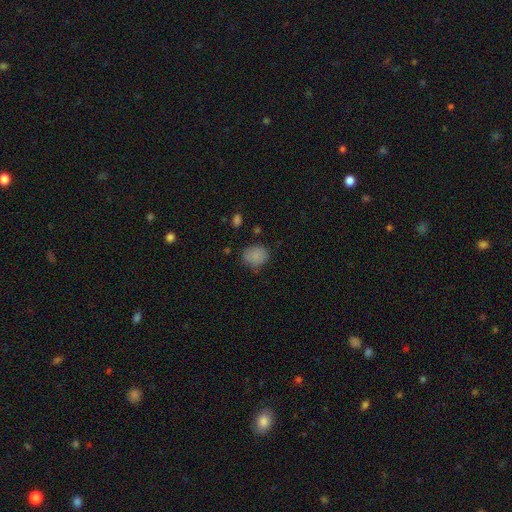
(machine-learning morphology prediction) This appears to be a smooth galaxy with no disk features (82%) that is round (62%). Merging: none (70%).